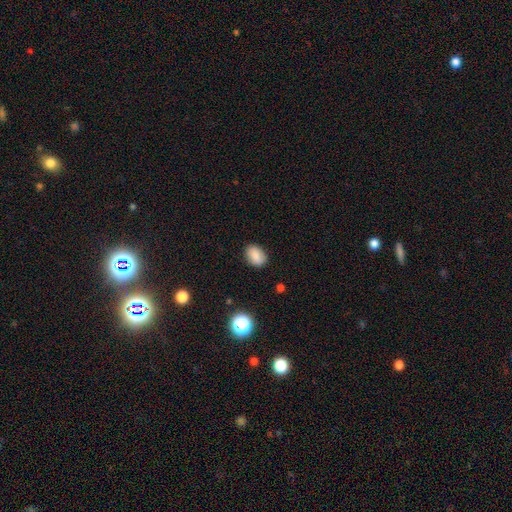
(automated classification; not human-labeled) smooth-or-featured: smooth: 85% | star or artifact: 9% | featured or disk: 6%
  how-rounded: in between: 77% | round: 22% | cigar-shaped: 1%
  merging: none: 86% | minor disturbance: 11% | major disturbance: 3% | merger: 1%